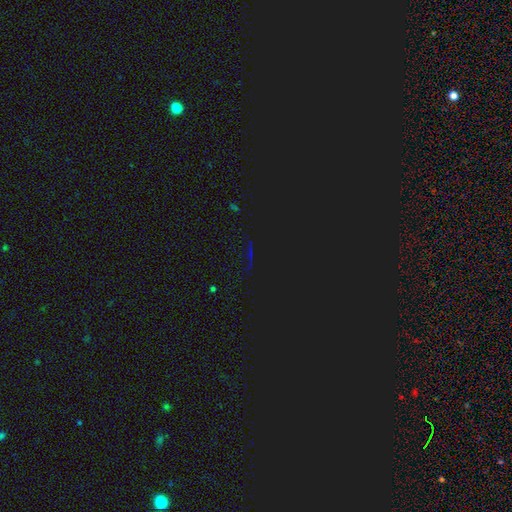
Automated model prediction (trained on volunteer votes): The model was most divided on "smooth or featured": star or artifact: 80%, smooth: 11%, featured or disk: 9%.